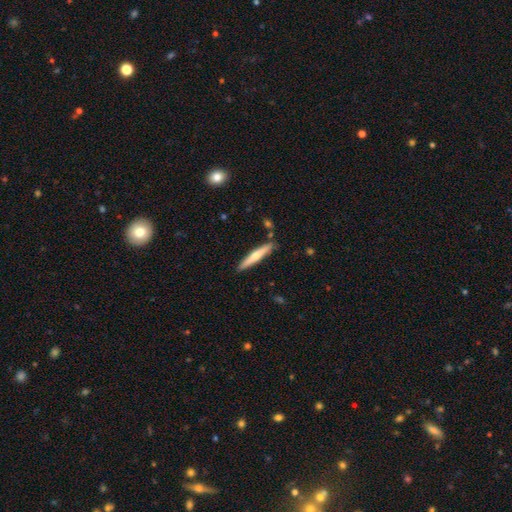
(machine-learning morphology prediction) A smooth galaxy with no disk features (53%) that is cigar-shaped (93%). Merging: none (87%).